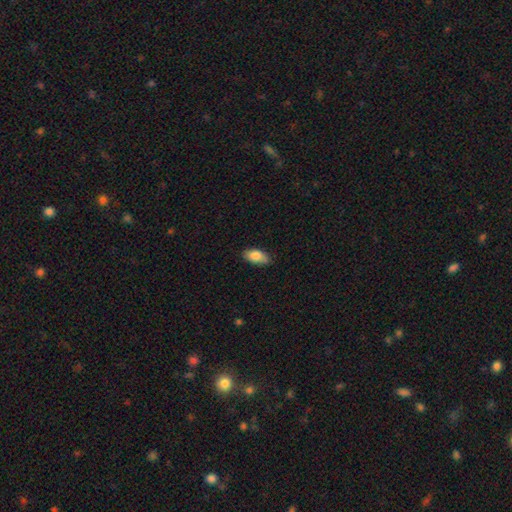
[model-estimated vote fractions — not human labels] smooth_or_featured: smooth (p=0.83) [alt: featured or disk p=0.10]
how_rounded: in between (p=0.91) [alt: cigar-shaped p=0.05]
merging: none (p=0.79) [alt: minor disturbance p=0.17]